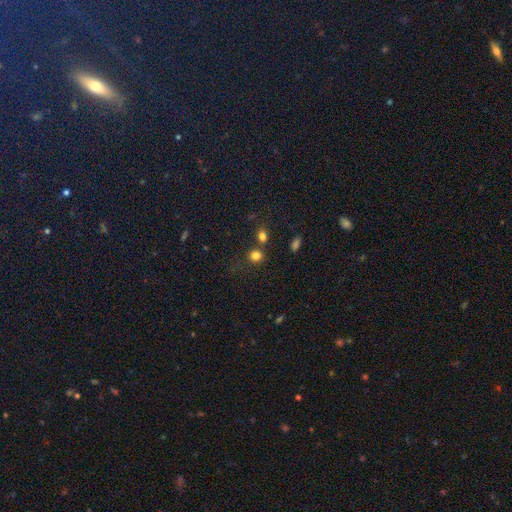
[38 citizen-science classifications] Smooth or featured? 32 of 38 (84%) said smooth. How rounded? 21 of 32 (66%) said round. Merging? 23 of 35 (66%) said none.